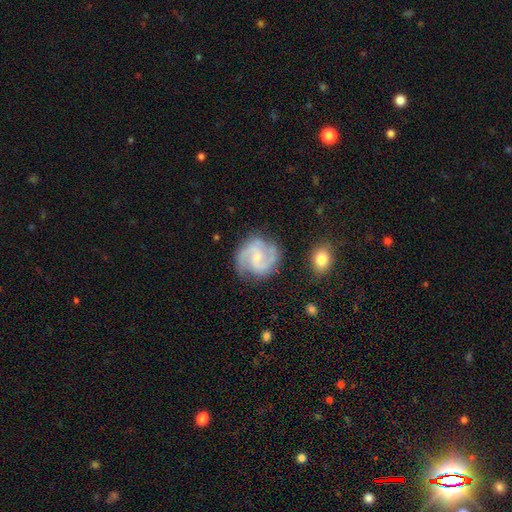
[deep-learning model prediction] Smooth or featured?
  - featured or disk: 87% *
  - smooth: 8%
  - star or artifact: 5%
Edge-on disk?
  - no: 98% *
  - yes: 2%
Bar?
  - weak: 51% *
  - no: 36%
  - strong: 13%
Spiral arms?
  - yes: 97% *
  - no: 3%
Spiral winding?
  - medium: 58% *
  - tight: 22%
  - loose: 20%
Spiral arm count?
  - 2: 90% *
  - 3: 3%
  - can't tell: 3%
  - 1: 1%
  - 4: 1%
  - more than 4: 1%
Bulge size?
  - small: 65% *
  - moderate: 23%
  - none: 10%
  - large: 1%
  - dominant: 1%
Merging?
  - none: 80% *
  - minor disturbance: 14%
  - major disturbance: 5%
  - merger: 2%